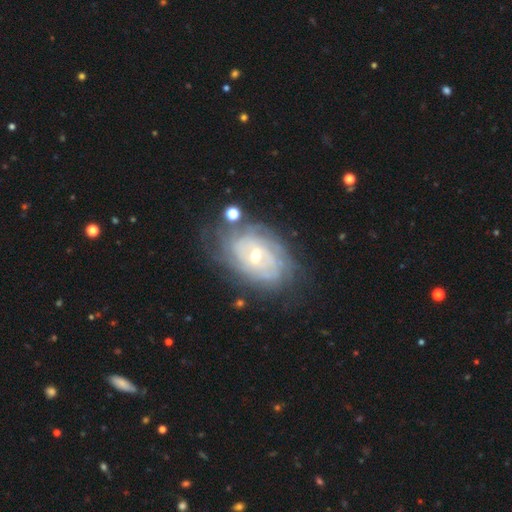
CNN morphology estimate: A featured or disk galaxy (82%) with no bar (60%), tight (79%) spiral arms (91%) and a moderate central bulge (48%, tied with small). Merging: none (68%).